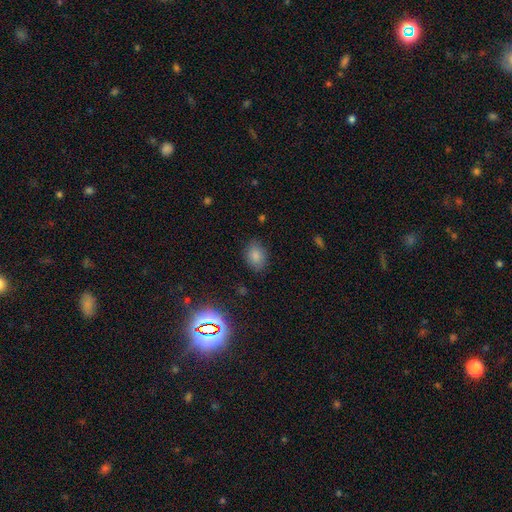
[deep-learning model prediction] Morphology: type=smooth (83%); roundness=in between (66%); merging=none (82%).